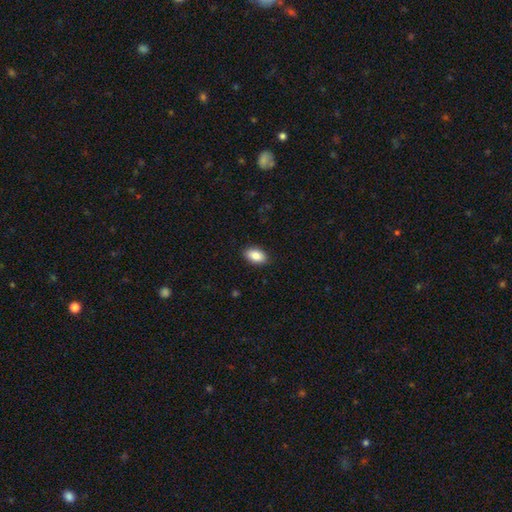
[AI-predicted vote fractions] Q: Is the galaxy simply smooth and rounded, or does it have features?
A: smooth — 87%.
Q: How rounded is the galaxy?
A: in between — 92%.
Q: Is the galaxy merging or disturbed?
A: none — 89%.